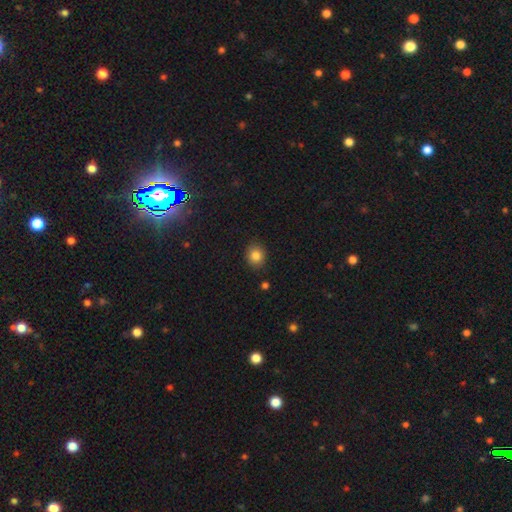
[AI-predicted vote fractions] Overall: smooth (84%). How rounded: round (74%). Merging: none (88%).